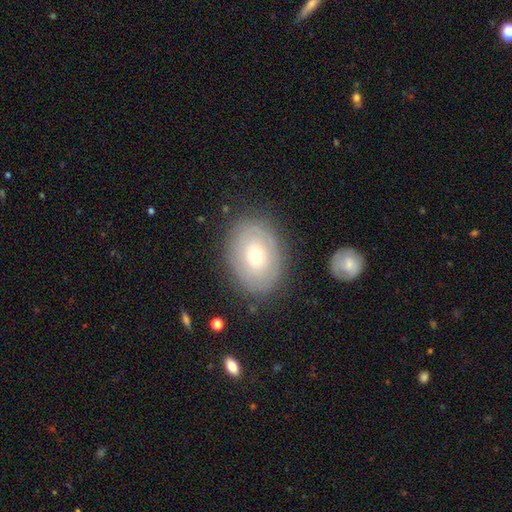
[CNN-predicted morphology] Smooth or featured? smooth (47%)
Merging? none (82%)